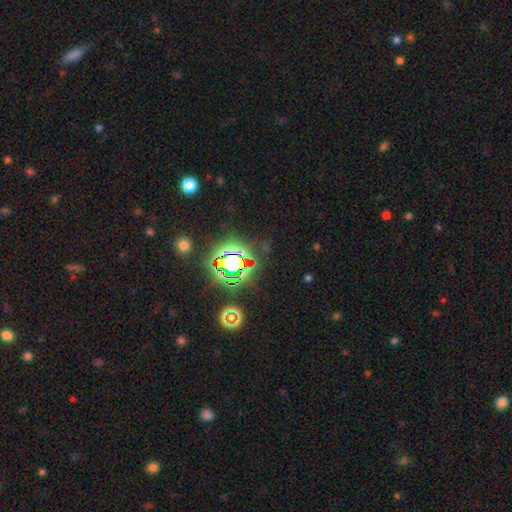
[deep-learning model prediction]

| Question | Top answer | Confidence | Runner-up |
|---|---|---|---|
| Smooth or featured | star or artifact | 81% | smooth (12%) |